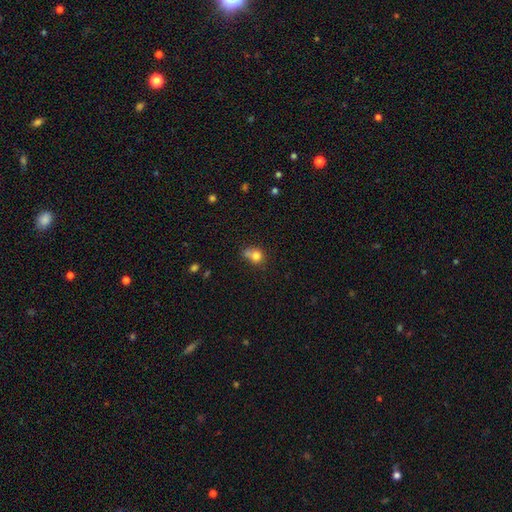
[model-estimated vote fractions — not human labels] This is likely a smooth galaxy (78%). How rounded: likely round (63%). Merging: marginally none (38%).